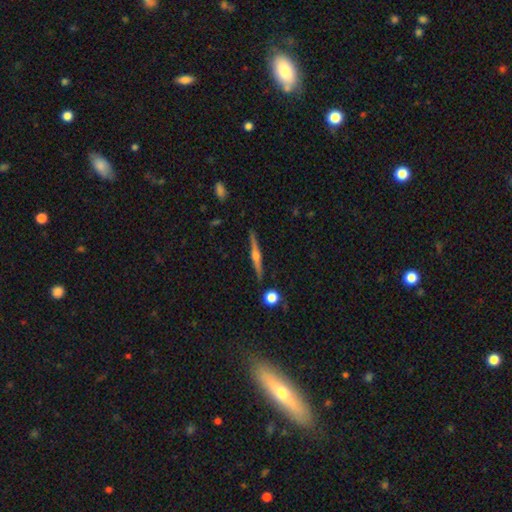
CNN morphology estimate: Smooth or featured: featured or disk — 80% (smooth — 13%)
Edge-on disk: yes — 98% (no — 2%)
Edge-on bulge: rounded — 90% (boxy — 6%)
Merging: none — 91% (minor disturbance — 6%)